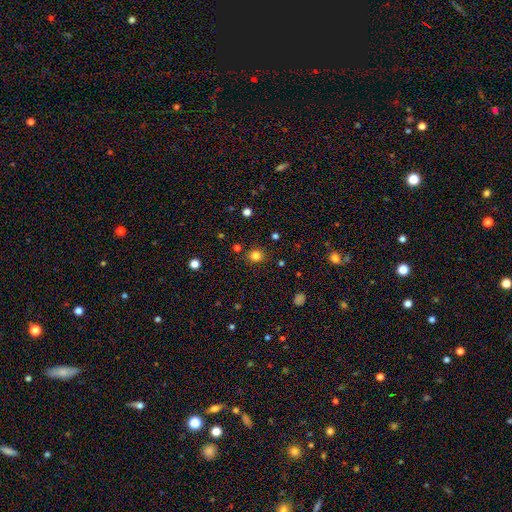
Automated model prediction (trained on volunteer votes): smooth-or-featured: smooth: 81% | star or artifact: 14% | featured or disk: 5%
  how-rounded: round: 84% | in between: 15% | cigar-shaped: 1%
  merging: none: 88% | minor disturbance: 8% | major disturbance: 3% | merger: 2%